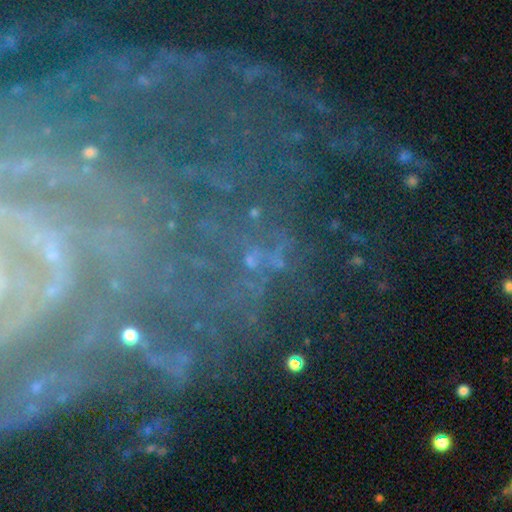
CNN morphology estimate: Smooth or featured? star or artifact (61%)